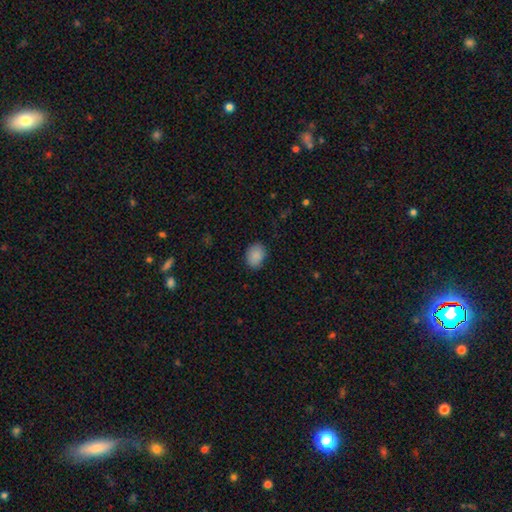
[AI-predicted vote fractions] Overall: smooth (89%). How rounded: in between (66%; round 34%). Merging: none (85%).